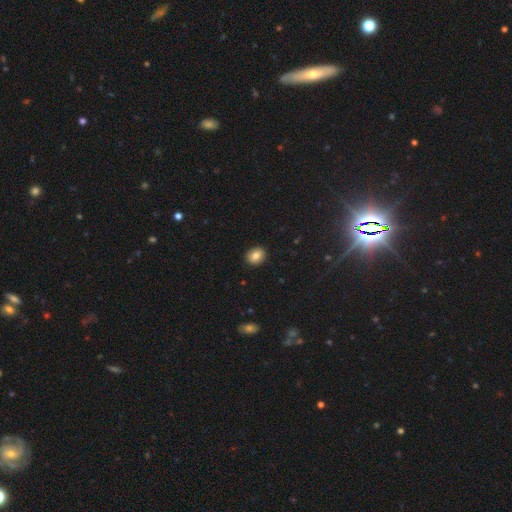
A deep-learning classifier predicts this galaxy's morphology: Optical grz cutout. It shows a smooth galaxy with no disk features (84%) that is round (50%). Merging: none (91%).